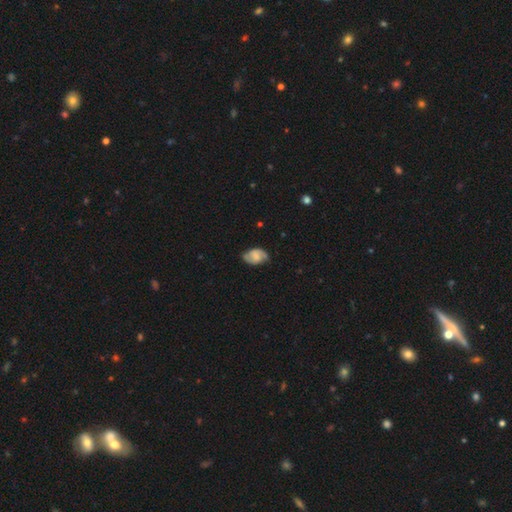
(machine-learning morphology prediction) A featured or disk galaxy (66%) with a weak bar (46%), 2 (88%) medium (48%) spiral arms (92%) and no central bulge (35%).

Vote fractions:
- Smooth or featured? featured or disk: 66% / smooth: 27% / star or artifact: 7%
- Edge-on disk? no: 97% / yes: 3%
- Bar? weak: 46% / no: 41% / strong: 13%
- Spiral arms? yes: 92% / no: 8%
- Spiral winding? medium: 48% / tight: 29% / loose: 23%
- Spiral arm count? 2: 88% / can't tell: 7% / 1: 2% / 3: 2% / 4: 1% / more than 4: 1%
- Bulge size? none: 35% / small: 31% / moderate: 26% / large: 7% / dominant: 2%
- Merging? none: 75% / minor disturbance: 19% / major disturbance: 5% / merger: 1%